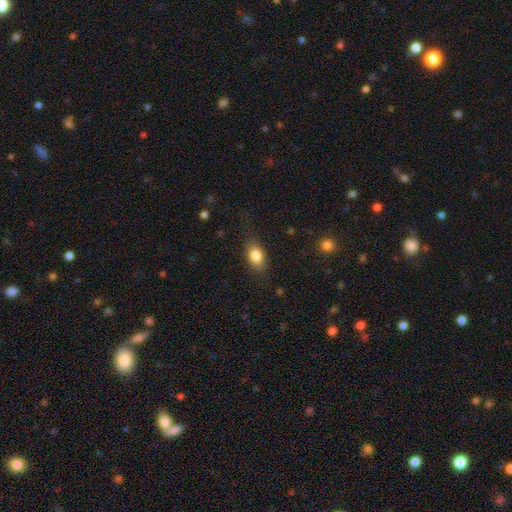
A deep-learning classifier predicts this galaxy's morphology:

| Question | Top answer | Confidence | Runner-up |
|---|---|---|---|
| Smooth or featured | smooth | 82% | featured or disk (10%) |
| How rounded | in between | 81% | round (16%) |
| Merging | none | 79% | minor disturbance (15%) |